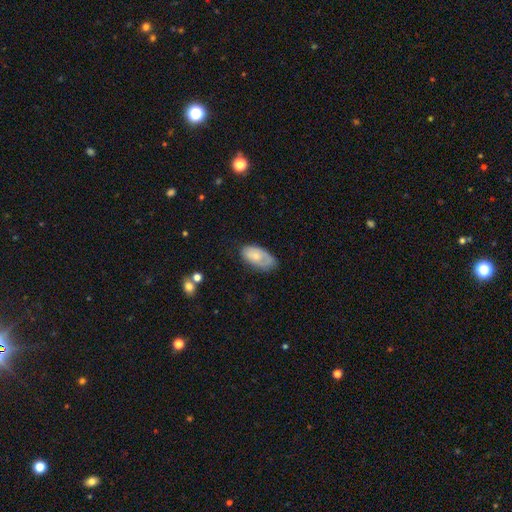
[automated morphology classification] A smooth galaxy with no disk features (62%) that is in between round and cigar-shaped (93%).

Vote fractions:
- Smooth or featured? smooth: 62% / featured or disk: 32% / star or artifact: 6%
- How rounded? in between: 93% / round: 4% / cigar-shaped: 3%
- Merging? none: 61% / minor disturbance: 28% / major disturbance: 9% / merger: 2%